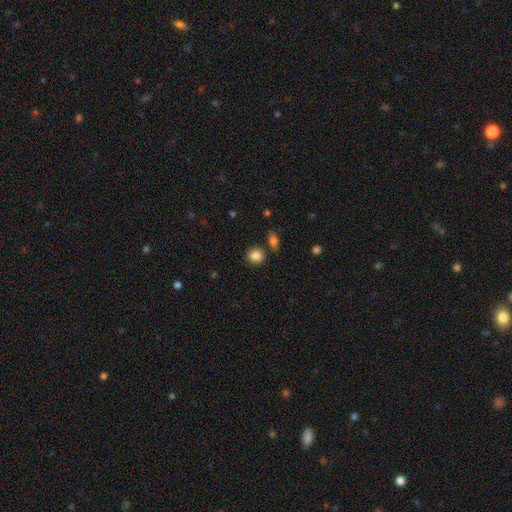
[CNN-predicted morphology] smooth_or_featured: smooth (p=0.86) [alt: star or artifact p=0.09]
how_rounded: round (p=0.75) [alt: in between p=0.24]
merging: none (p=0.81) [alt: minor disturbance p=0.10]